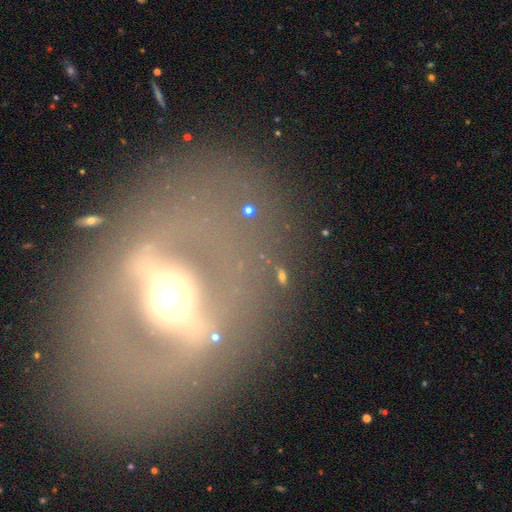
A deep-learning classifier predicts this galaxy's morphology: Q: Smooth or featured?
A: featured or disk (80%); runner-up: smooth (12%)
Q: Edge-on disk?
A: no (65%); runner-up: yes (35%)
Q: Bar?
A: strong (80%); runner-up: weak (13%)
Q: Spiral arms?
A: no (80%); runner-up: yes (20%)
Q: Bulge size?
A: moderate (62%); runner-up: large (25%)
Q: Merging?
A: none (83%); runner-up: minor disturbance (10%)